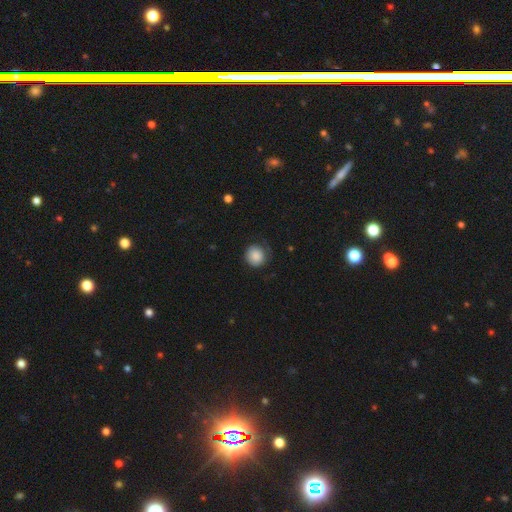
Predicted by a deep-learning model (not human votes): The model was most divided on "merging": none: 68%, minor disturbance: 21%, major disturbance: 10%, merger: 1%. More confident: how rounded — round (90%); smooth or featured — smooth (85%).